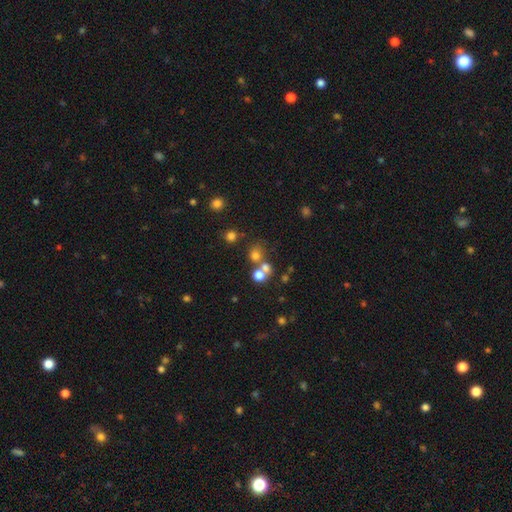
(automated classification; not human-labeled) Morphology: type=smooth (64%); roundness=round (84%); merging=none (56%).